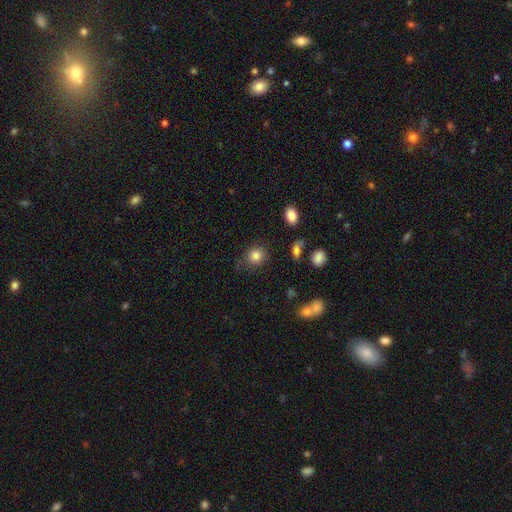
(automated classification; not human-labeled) smooth-or-featured: smooth: 84% | star or artifact: 10% | featured or disk: 6%
  how-rounded: round: 77% | in between: 22% | cigar-shaped: 1%
  merging: none: 71% | minor disturbance: 19% | major disturbance: 7% | merger: 3%